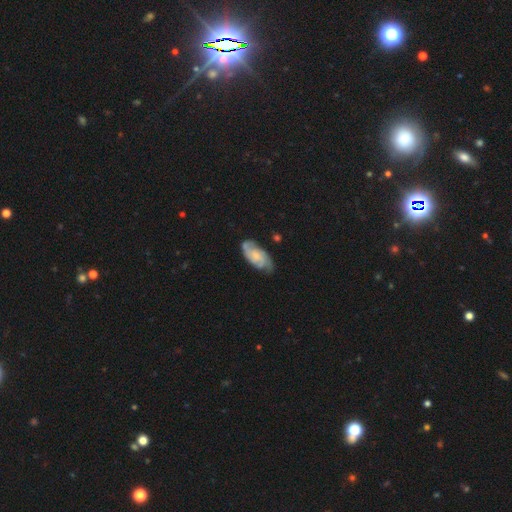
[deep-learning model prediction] This is likely a featured or disk galaxy (74%). It is clearly not viewed edge-on (95%). Bar: likely no (65%). Spiral arm pattern: clearly yes (94%). Spiral arm count: possibly 2 (56%). Spiral winding: marginally tight (44%). Central bulge: possibly small (51%). Merging: likely none (67%).